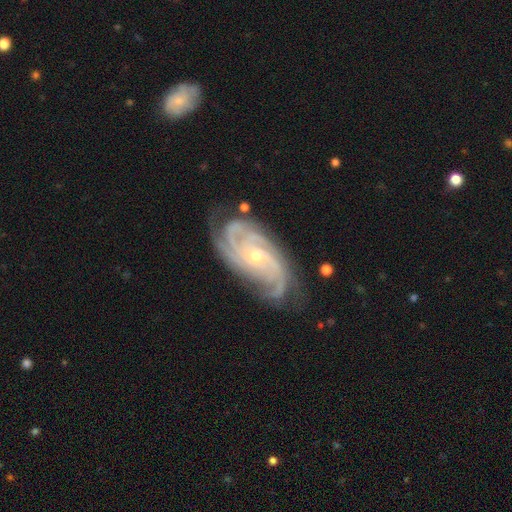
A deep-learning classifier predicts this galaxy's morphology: Overall: featured or disk (91%). Edge-on disk: no (96%). Bar: no (69%). Spiral arms: yes (98%). Spiral arm count: 4 (33%; 3 29%). Spiral winding: tight (62%; medium 32%). Bulge size: small (68%; moderate 29%). Merging: none (72%).